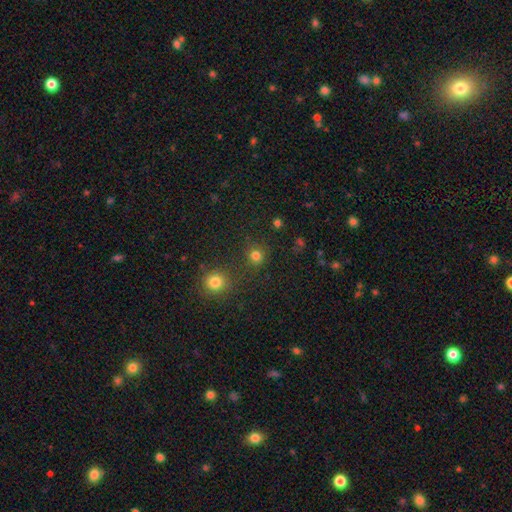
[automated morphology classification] Smooth or featured? Predicted: smooth (p=0.78). How rounded? Predicted: round (p=0.90). Merging? Predicted: none (p=0.79).